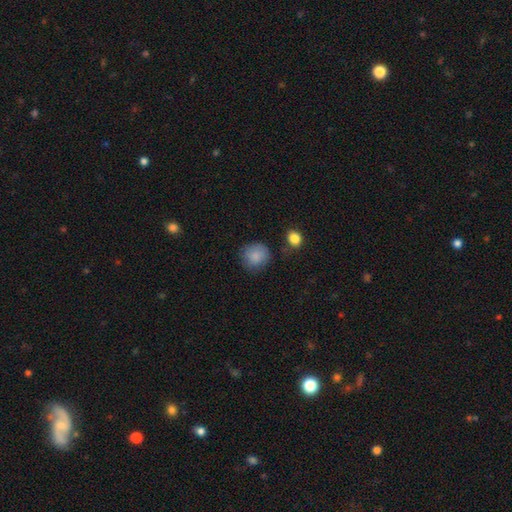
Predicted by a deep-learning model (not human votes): Q: Smooth or featured?
A: smooth (87%); runner-up: star or artifact (8%)
Q: How rounded?
A: round (86%); runner-up: in between (13%)
Q: Merging?
A: none (74%); runner-up: minor disturbance (18%)